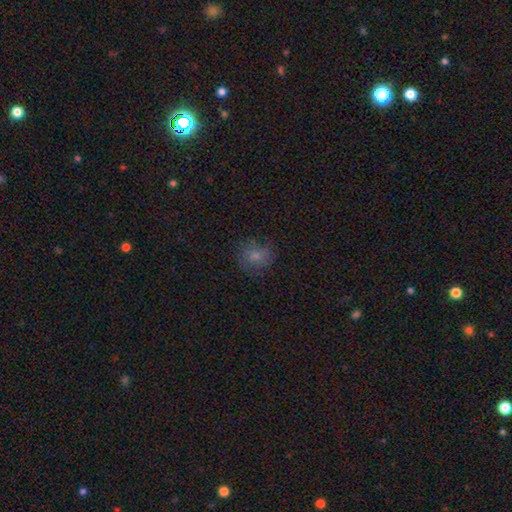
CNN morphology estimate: smooth 75%, star or artifact 13%, featured or disk 13%. Down the decision tree: how rounded — round (78%); merging — none (72%).